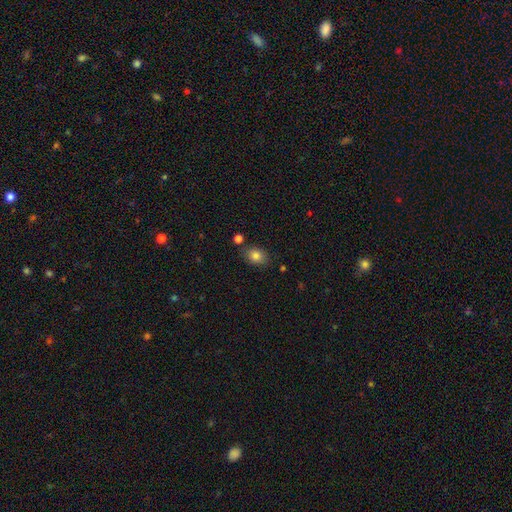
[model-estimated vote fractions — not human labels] smooth 82%, star or artifact 10%, featured or disk 8%. Down the decision tree: how rounded — in between (68%); merging — none (78%).